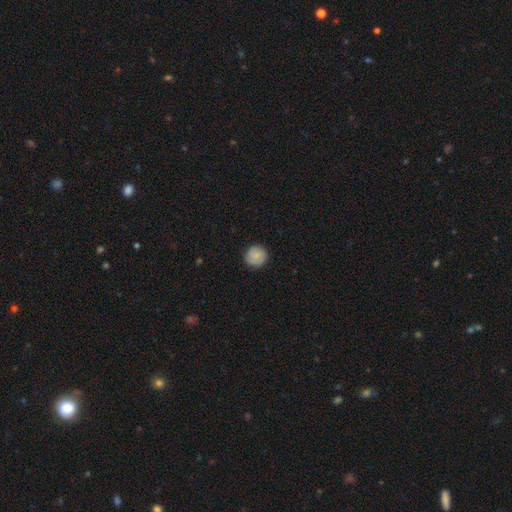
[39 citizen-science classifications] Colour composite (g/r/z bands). It shows a smooth galaxy with no disk features (85%) that is round (91%). Merging: none (97%).